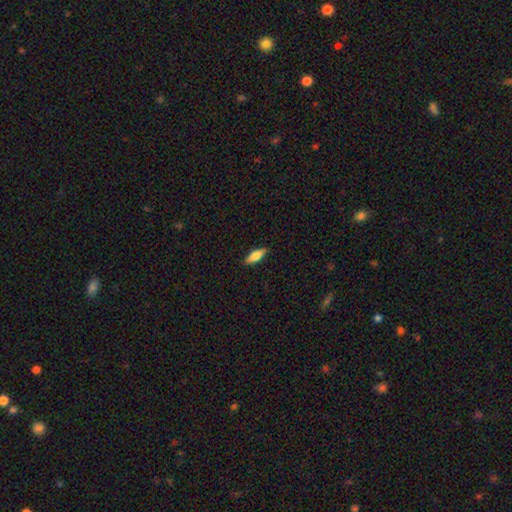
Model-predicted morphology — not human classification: smooth 72%, featured or disk 22%, star or artifact 6%. Down the decision tree: how rounded — in between (60%); merging — none (89%).